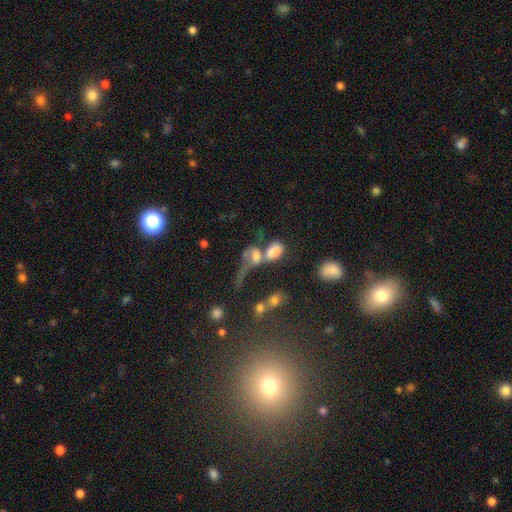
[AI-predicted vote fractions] Smooth or featured? Predicted: smooth (p=0.55). How rounded? Predicted: in between (p=0.79). Merging? Predicted: merger (p=0.64).